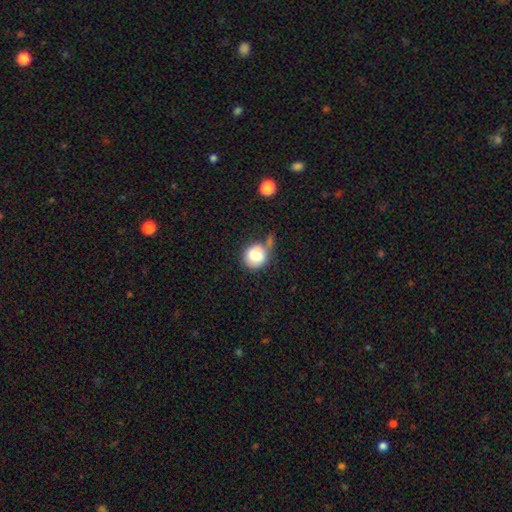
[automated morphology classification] Smooth or featured? Predicted: smooth (p=0.85). How rounded? Predicted: round (p=0.88). Merging? Predicted: none (p=0.45).